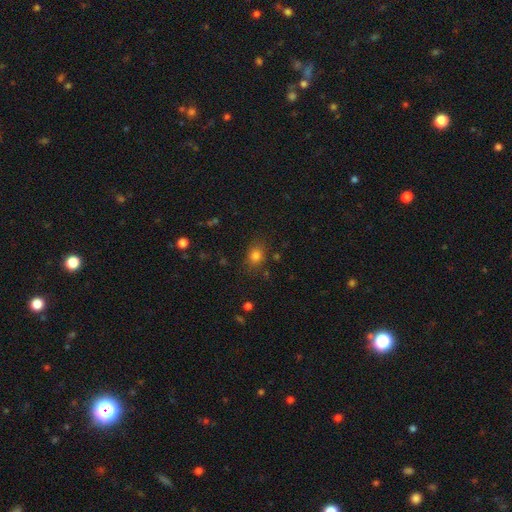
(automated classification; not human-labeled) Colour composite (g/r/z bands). It shows a smooth galaxy with no disk features (79%) that is round (52%). Merging: none (78%).